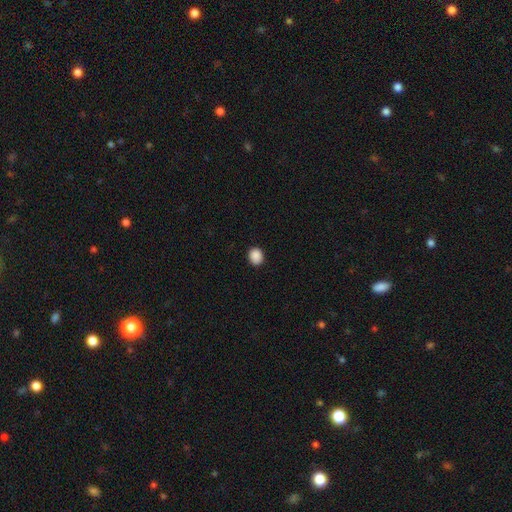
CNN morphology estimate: The model was most divided on "how rounded": round: 66%, in between: 33%, cigar-shaped: 1%. More confident: merging — none (89%); smooth or featured — smooth (89%).